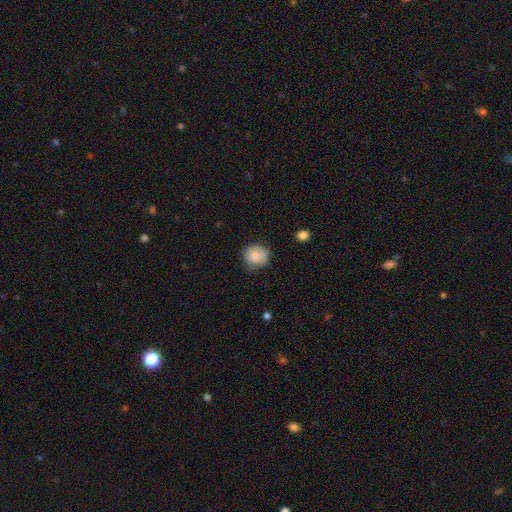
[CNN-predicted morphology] Q: Smooth or featured?
A: smooth (78%); runner-up: featured or disk (14%)
Q: How rounded?
A: round (84%); runner-up: in between (15%)
Q: Merging?
A: none (73%); runner-up: minor disturbance (22%)